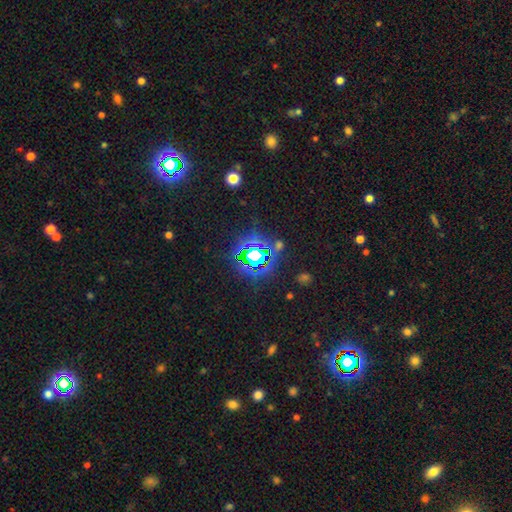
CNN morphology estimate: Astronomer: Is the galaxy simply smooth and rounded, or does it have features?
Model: star or artifact — 79%.